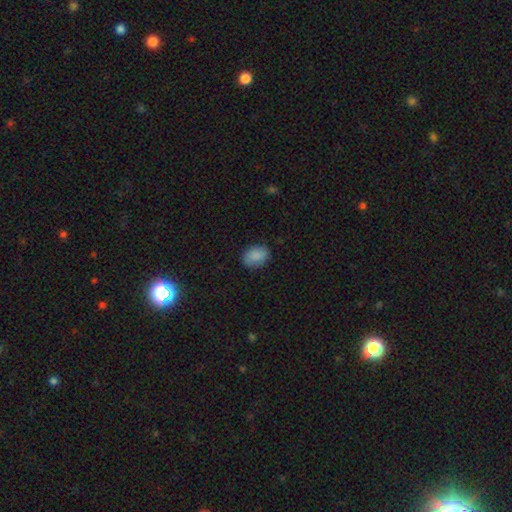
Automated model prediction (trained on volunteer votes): The model was most divided on "how rounded": in between: 75%, round: 24%, cigar-shaped: 1%. More confident: smooth or featured — smooth (87%); merging — none (84%).